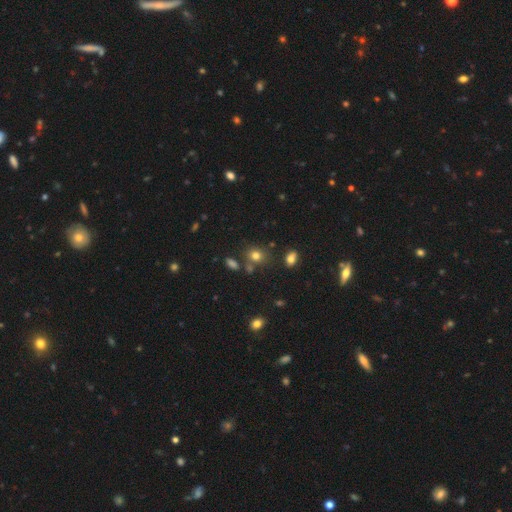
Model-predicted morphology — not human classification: The model was most divided on "how rounded": round: 66%, in between: 33%, cigar-shaped: 1%. More confident: smooth or featured — smooth (75%); merging — none (73%).